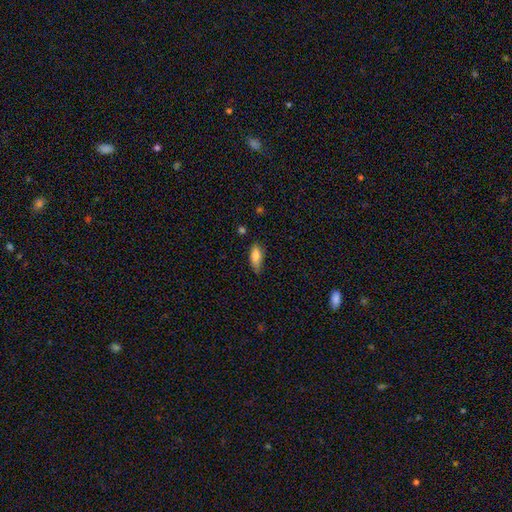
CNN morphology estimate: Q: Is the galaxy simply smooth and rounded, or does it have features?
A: smooth — 80%.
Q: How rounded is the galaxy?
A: in between — 78%.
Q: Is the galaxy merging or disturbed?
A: none — 67%.